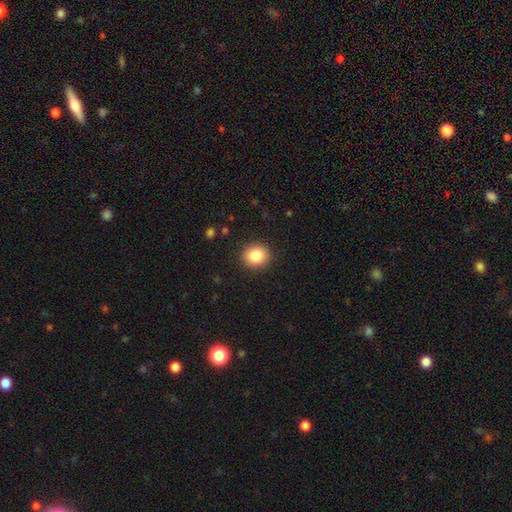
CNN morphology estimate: smooth-or-featured: smooth: 85% | star or artifact: 9% | featured or disk: 6%
  how-rounded: round: 79% | in between: 20% | cigar-shaped: 1%
  merging: none: 90% | minor disturbance: 7% | major disturbance: 2% | merger: 1%